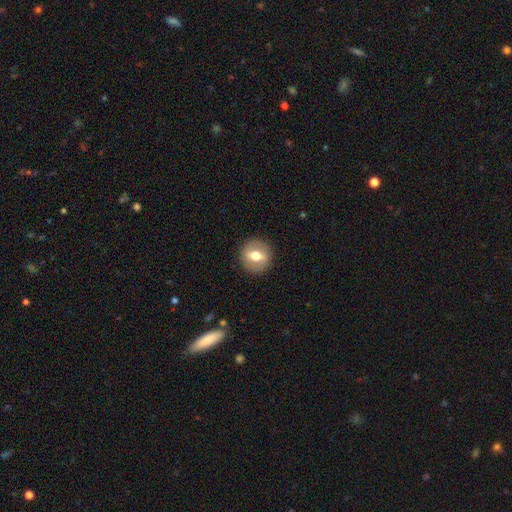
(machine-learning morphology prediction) The model was most divided on "smooth or featured": smooth: 50%, featured or disk: 42%, star or artifact: 8%. More confident: merging — none (89%); how rounded — round (83%).